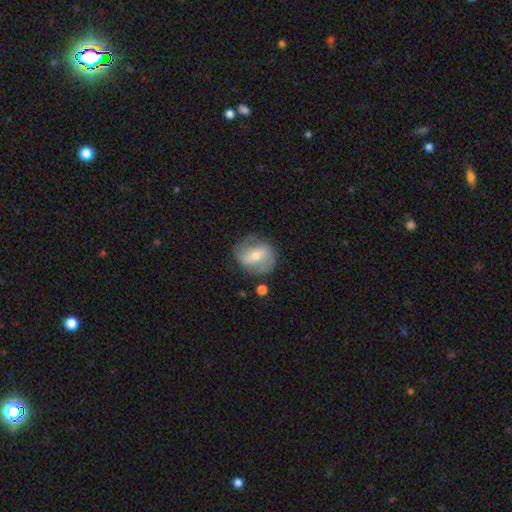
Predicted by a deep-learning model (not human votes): smooth-or-featured: featured or disk: 64% | smooth: 28% | star or artifact: 8%
  disk-edge-on: no: 96% | yes: 4%
    bar: weak: 43% | strong: 33% | no: 24%
    has-spiral-arms: yes: 77% | no: 23%
    bulge-size: moderate: 51% | small: 45% | large: 2% | none: 1% | dominant: 1%
  merging: none: 71% | minor disturbance: 18% | major disturbance: 7% | merger: 4%